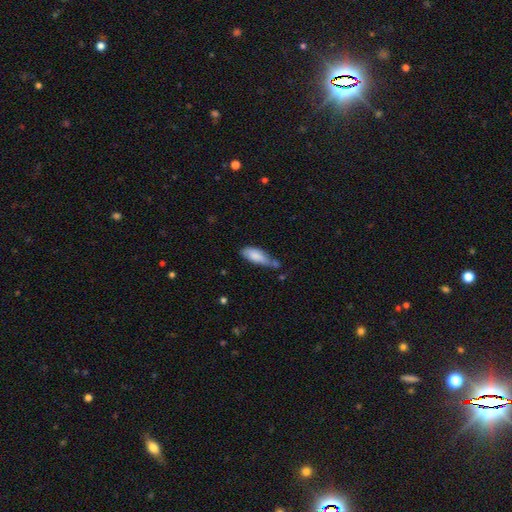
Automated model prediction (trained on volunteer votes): Morphology: type=smooth (82%); roundness=in between (72%); merging=none (41%).